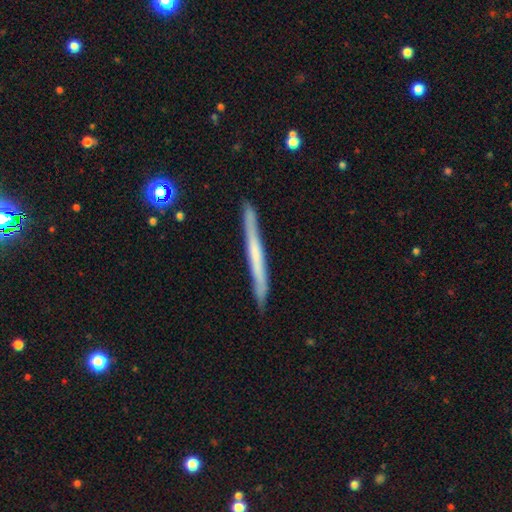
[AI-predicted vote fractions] Smooth or featured? featured or disk (51%)
Edge-on disk? yes (96%)
Merging? none (89%)